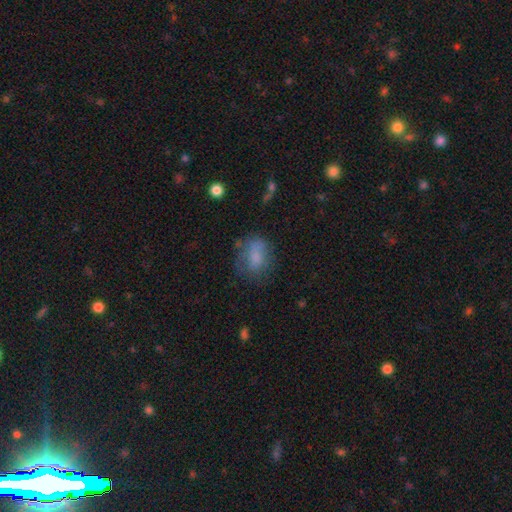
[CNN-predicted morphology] Smooth or featured? Predicted: smooth (p=0.69). How rounded? Predicted: in between (p=0.62). Merging? Predicted: none (p=0.52).